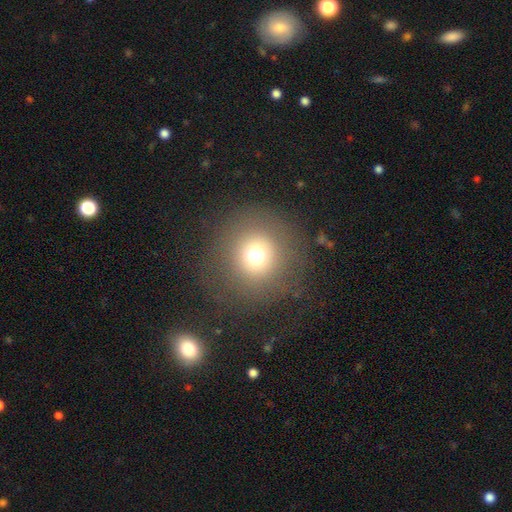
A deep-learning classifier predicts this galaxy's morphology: smooth_or_featured: smooth (p=0.69) [alt: star or artifact p=0.19]
how_rounded: round (p=0.94) [alt: in between p=0.05]
merging: none (p=0.82) [alt: minor disturbance p=0.08]